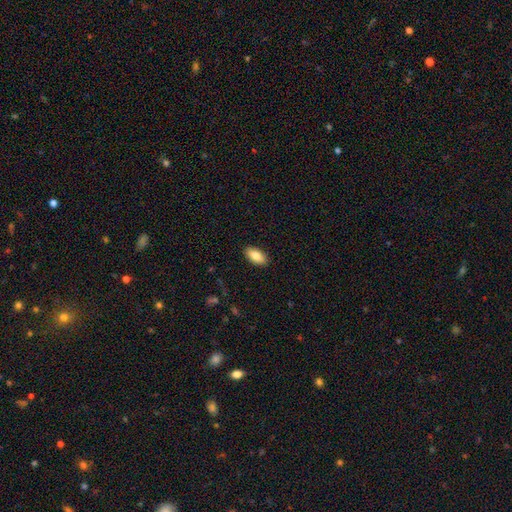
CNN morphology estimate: Smooth or featured?
  - smooth: 84% *
  - featured or disk: 9%
  - star or artifact: 7%
How rounded?
  - in between: 91% *
  - cigar-shaped: 6%
  - round: 2%
Merging?
  - none: 90% *
  - minor disturbance: 8%
  - major disturbance: 2%
  - merger: 1%